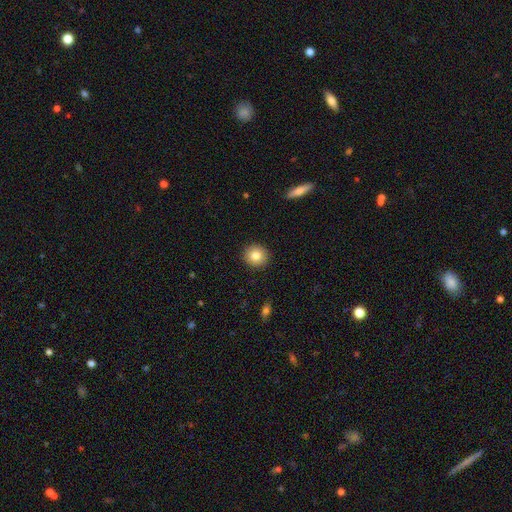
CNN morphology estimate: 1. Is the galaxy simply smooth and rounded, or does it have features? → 81% smooth, 9% star or artifact, 9% featured or disk.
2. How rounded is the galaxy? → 91% round, 8% in between, 1% cigar-shaped.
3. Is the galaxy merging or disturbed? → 92% none, 5% minor disturbance, 2% major disturbance, 1% merger.